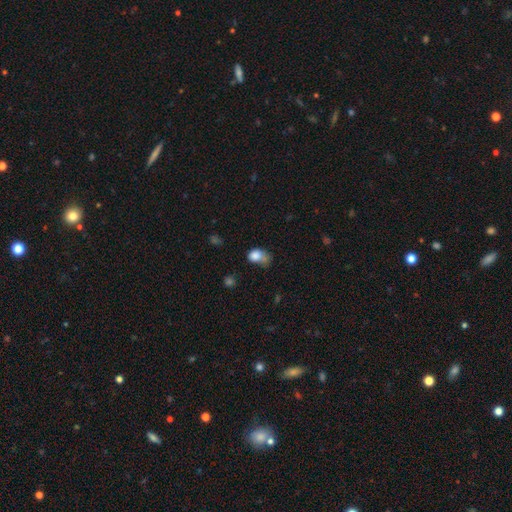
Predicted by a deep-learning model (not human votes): Smooth or featured: smooth — 80% (featured or disk — 10%)
How rounded: in between — 67% (round — 31%)
Merging: minor disturbance — 37% (major disturbance — 30%)